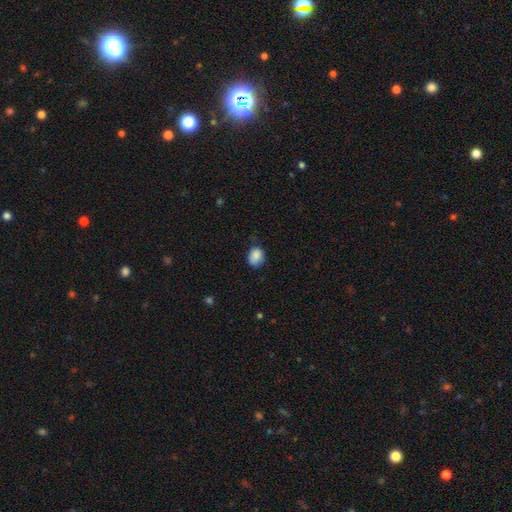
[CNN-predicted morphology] smooth 86%, star or artifact 8%, featured or disk 6%. Down the decision tree: how rounded — in between (53%); merging — none (63%).